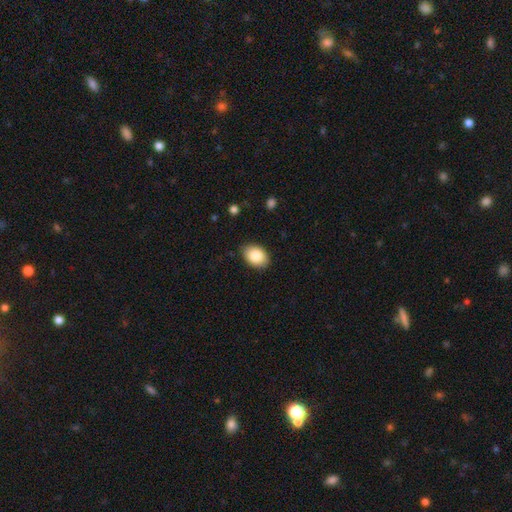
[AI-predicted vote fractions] Smooth or featured? Predicted: smooth (p=0.86). How rounded? Predicted: in between (p=0.82). Merging? Predicted: none (p=0.85).